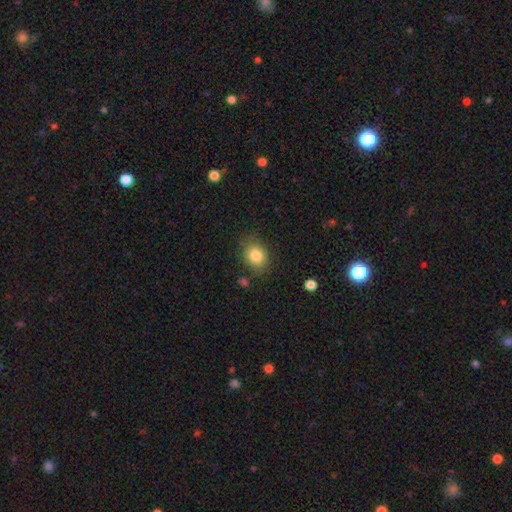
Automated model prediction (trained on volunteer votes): smooth-or-featured: smooth: 83% | star or artifact: 9% | featured or disk: 8%
  how-rounded: in between: 55% | round: 44% | cigar-shaped: 1%
  merging: none: 78% | minor disturbance: 15% | major disturbance: 4% | merger: 3%